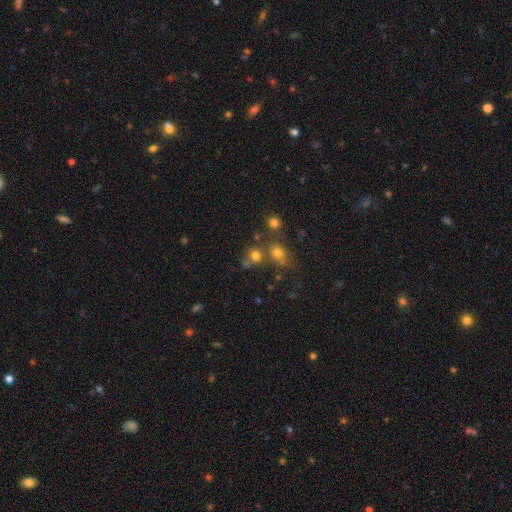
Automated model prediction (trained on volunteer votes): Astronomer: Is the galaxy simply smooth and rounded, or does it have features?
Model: smooth — 70%.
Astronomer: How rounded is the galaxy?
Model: round — 85%.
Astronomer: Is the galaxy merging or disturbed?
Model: none — 60%.